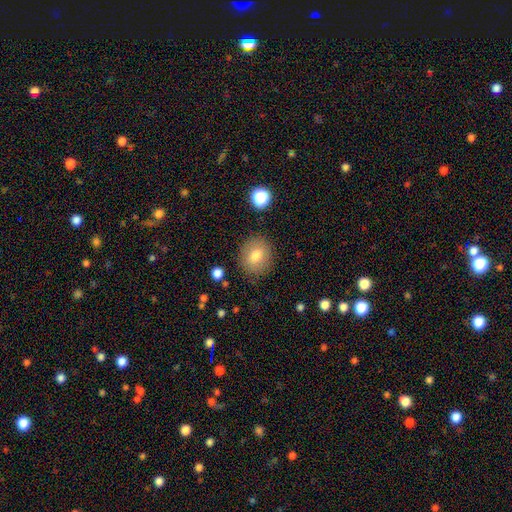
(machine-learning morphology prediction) A smooth galaxy with no disk features (76%) that is round (72%).

Vote fractions:
- Smooth or featured? smooth: 76% / featured or disk: 14% / star or artifact: 10%
- How rounded? round: 72% / in between: 27% / cigar-shaped: 1%
- Merging? none: 84% / minor disturbance: 10% / major disturbance: 3% / merger: 2%